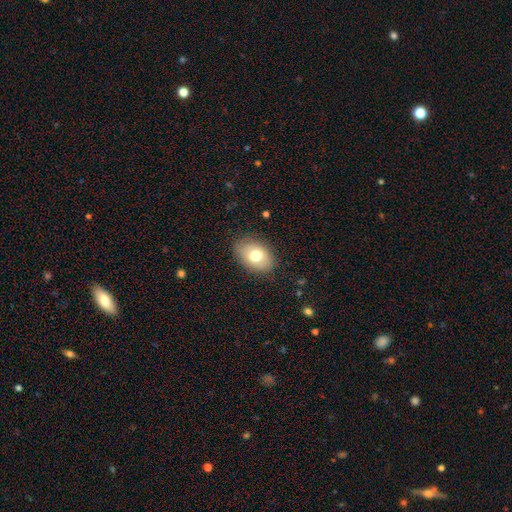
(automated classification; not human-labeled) Smooth or featured?
  - smooth: 73% *
  - featured or disk: 19%
  - star or artifact: 8%
How rounded?
  - in between: 84% *
  - round: 15%
  - cigar-shaped: 1%
Merging?
  - none: 83% *
  - minor disturbance: 12%
  - major disturbance: 3%
  - merger: 1%